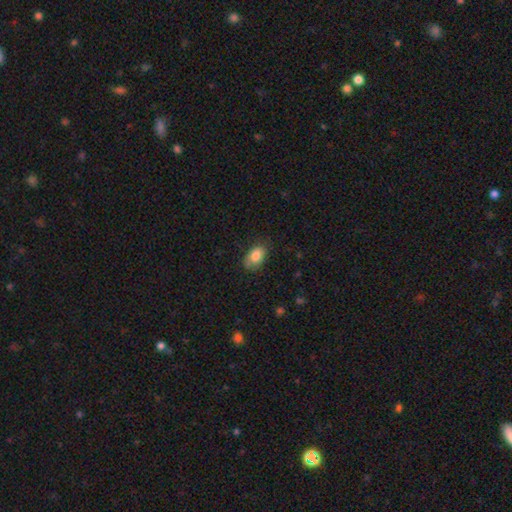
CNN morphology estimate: smooth_or_featured: smooth (p=0.82) [alt: featured or disk p=0.10]
how_rounded: in between (p=0.89) [alt: round p=0.10]
merging: none (p=0.71) [alt: minor disturbance p=0.22]